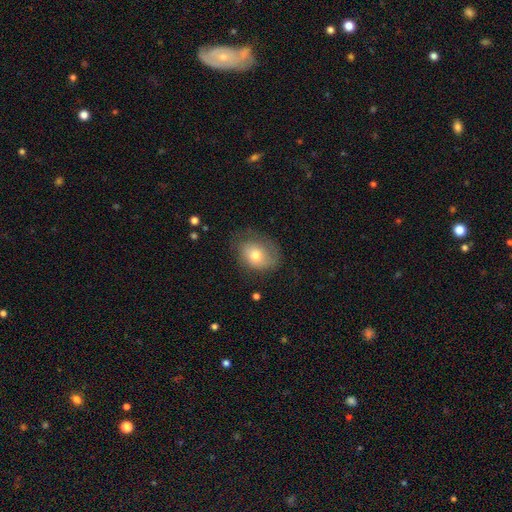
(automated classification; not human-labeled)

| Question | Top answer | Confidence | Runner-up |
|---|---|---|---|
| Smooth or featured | smooth | 67% | featured or disk (25%) |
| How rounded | in between | 53% | round (47%) |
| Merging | none | 57% | minor disturbance (26%) |